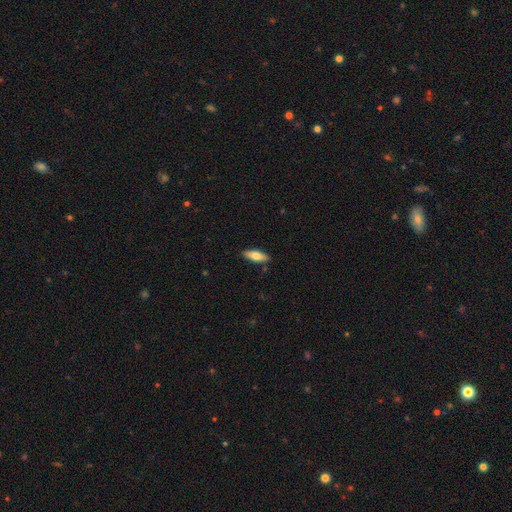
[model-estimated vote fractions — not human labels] Smooth or featured: smooth — 70% (featured or disk — 24%)
How rounded: in between — 61% (cigar-shaped — 37%)
Merging: none — 88% (minor disturbance — 9%)